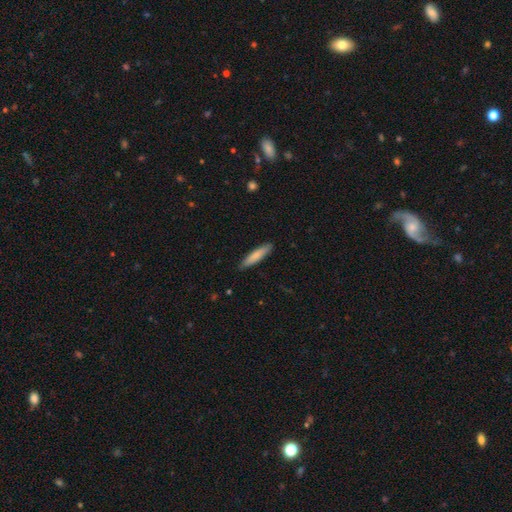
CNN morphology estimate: smooth-or-featured: smooth: 80% | featured or disk: 14% | star or artifact: 5%
  how-rounded: cigar-shaped: 85% | in between: 14% | round: 1%
  merging: none: 88% | minor disturbance: 9% | major disturbance: 2% | merger: 1%